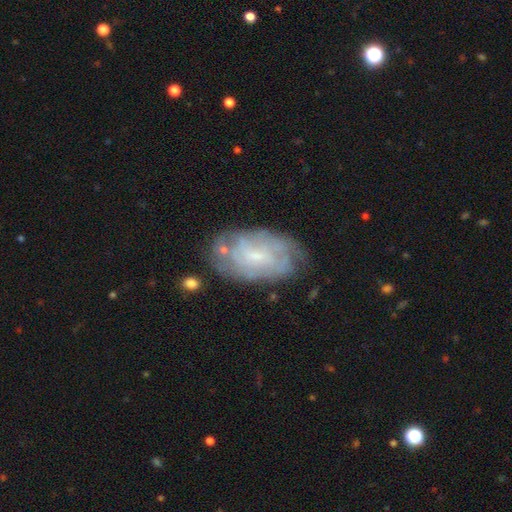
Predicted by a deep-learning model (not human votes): Q: Smooth or featured?
A: featured or disk (65%); runner-up: smooth (27%)
Q: Edge-on disk?
A: no (95%); runner-up: yes (5%)
Q: Bar?
A: no (51%); runner-up: weak (42%)
Q: Spiral arms?
A: yes (71%); runner-up: no (29%)
Q: Bulge size?
A: small (60%); runner-up: moderate (26%)
Q: Merging?
A: none (67%); runner-up: minor disturbance (22%)